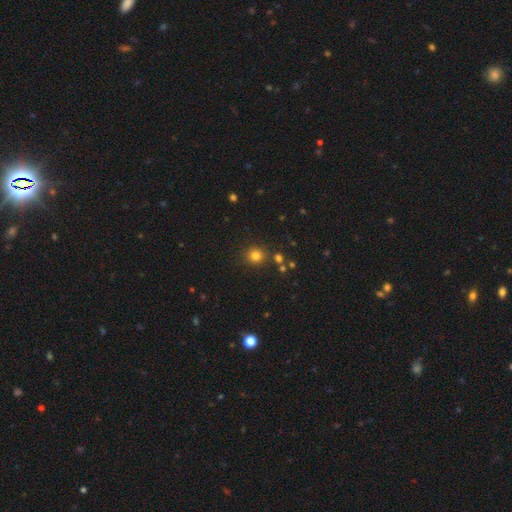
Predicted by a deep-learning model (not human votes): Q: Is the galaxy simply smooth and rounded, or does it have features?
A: smooth — 79%.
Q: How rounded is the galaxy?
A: round — 92%.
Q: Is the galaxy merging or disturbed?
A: none — 84%.